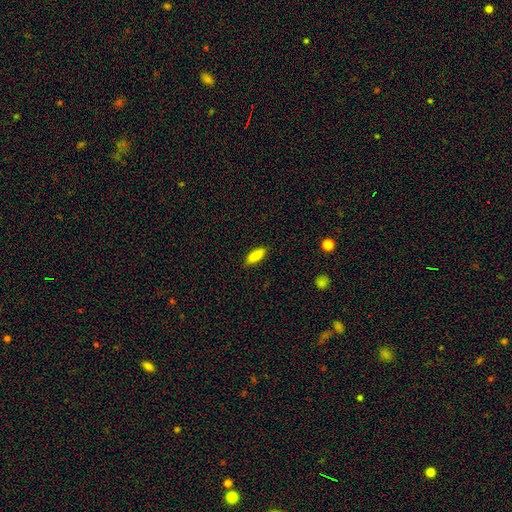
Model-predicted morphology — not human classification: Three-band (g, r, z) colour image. It shows a smooth galaxy with no disk features (87%) that is in between round and cigar-shaped (64%). Merging: none (84%).